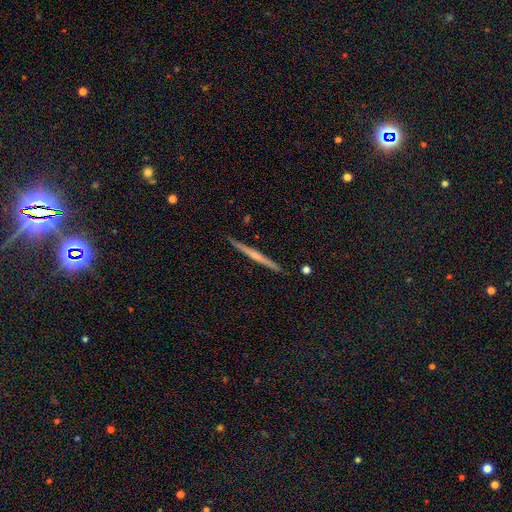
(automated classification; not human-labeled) Smooth or featured?
  - featured or disk: 63% *
  - smooth: 31%
  - star or artifact: 6%
Edge-on disk?
  - yes: 98% *
  - no: 2%
Edge-on bulge?
  - none: 56% *
  - rounded: 36%
  - boxy: 8%
Merging?
  - none: 92% *
  - minor disturbance: 6%
  - major disturbance: 1%
  - merger: 1%